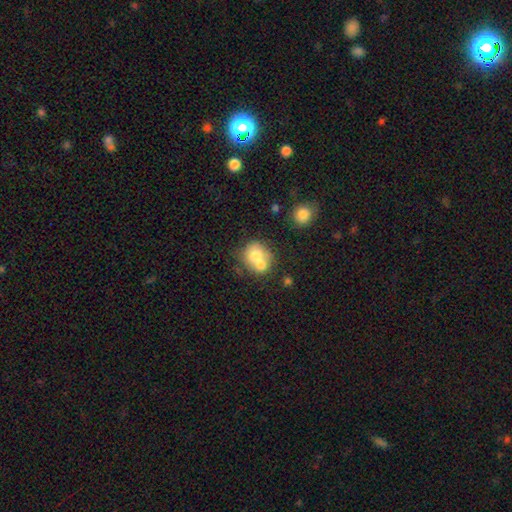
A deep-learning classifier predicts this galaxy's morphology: type=smooth (69%); roundness=round (71%); merging=merger (57%).